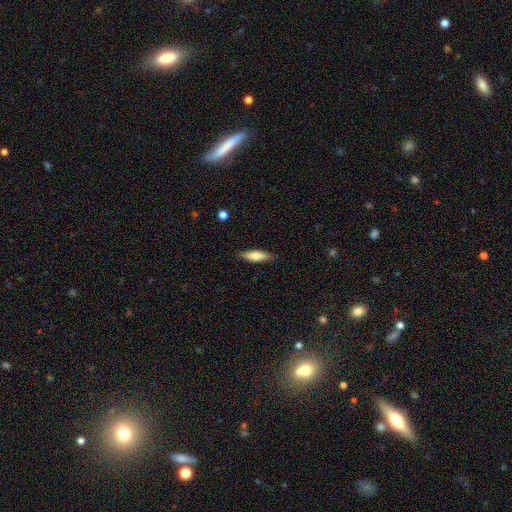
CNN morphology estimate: smooth 67%, featured or disk 26%, star or artifact 6%. Down the decision tree: how rounded — cigar-shaped (52%); merging — none (86%).